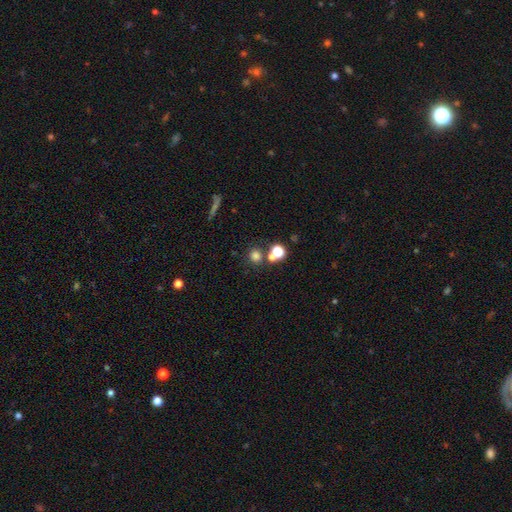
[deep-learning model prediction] smooth-or-featured: smooth: 73% | star or artifact: 19% | featured or disk: 8%
  how-rounded: round: 84% | in between: 14% | cigar-shaped: 1%
  merging: none: 64% | merger: 24% | minor disturbance: 8% | major disturbance: 4%